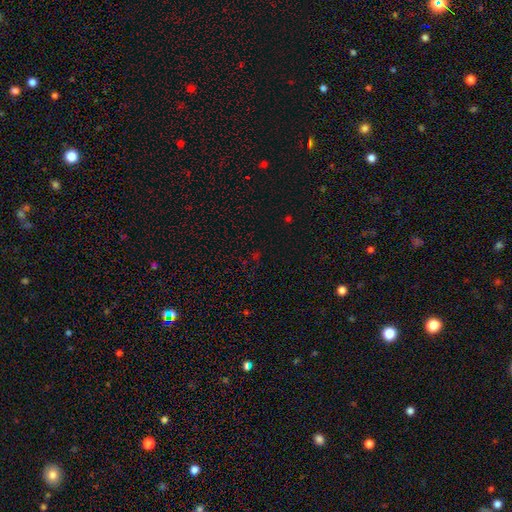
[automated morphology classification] This appears to be a star or artifact, not a galaxy (65%).